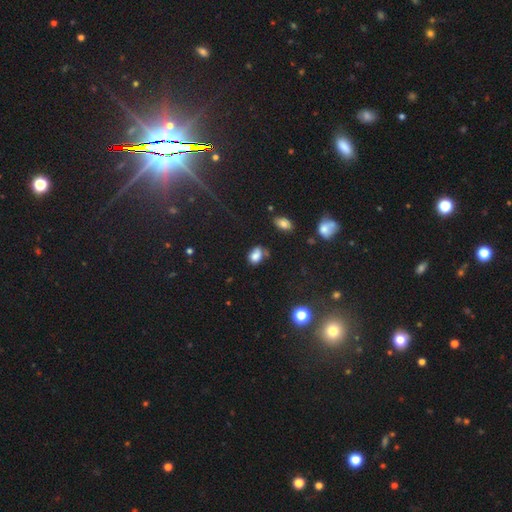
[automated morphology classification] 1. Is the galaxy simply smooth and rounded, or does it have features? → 78% smooth, 13% star or artifact, 8% featured or disk.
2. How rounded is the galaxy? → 76% in between, 23% round, 2% cigar-shaped.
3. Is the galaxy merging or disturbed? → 49% none, 28% minor disturbance, 14% merger, 10% major disturbance.